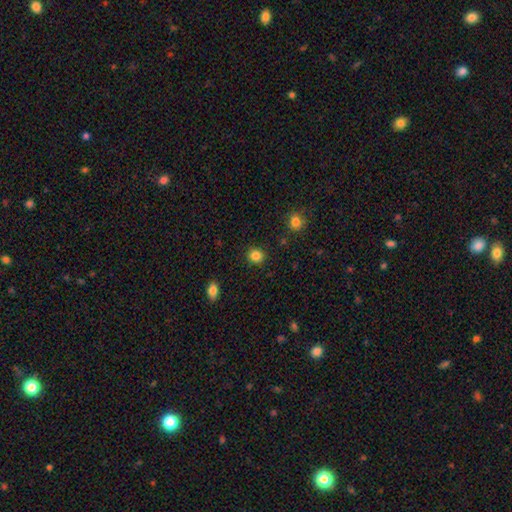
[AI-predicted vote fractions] Q: Smooth or featured?
A: smooth (85%); runner-up: star or artifact (11%)
Q: How rounded?
A: round (86%); runner-up: in between (13%)
Q: Merging?
A: none (91%); runner-up: minor disturbance (6%)